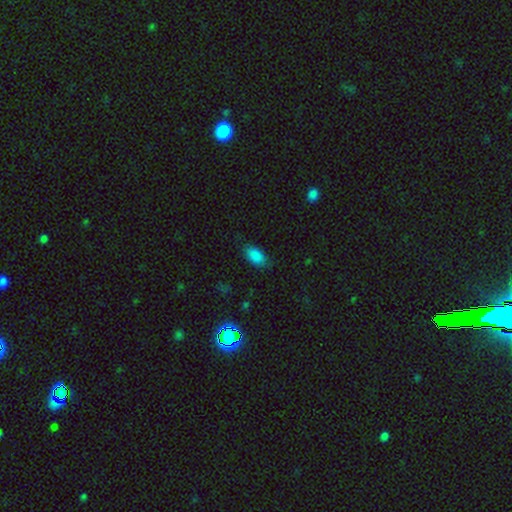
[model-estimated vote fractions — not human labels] Smooth or featured?
  - smooth: 86% *
  - star or artifact: 10%
  - featured or disk: 4%
How rounded?
  - in between: 93% *
  - round: 4%
  - cigar-shaped: 4%
Merging?
  - none: 80% *
  - minor disturbance: 15%
  - major disturbance: 3%
  - merger: 1%